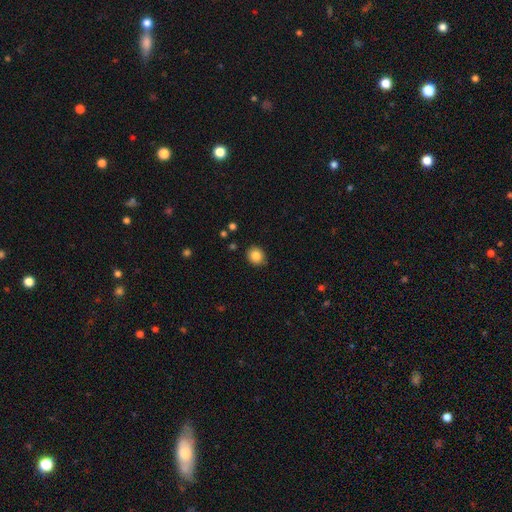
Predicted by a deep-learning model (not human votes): Q: Smooth or featured?
A: smooth (85%); runner-up: star or artifact (10%)
Q: How rounded?
A: round (78%); runner-up: in between (21%)
Q: Merging?
A: none (85%); runner-up: minor disturbance (11%)